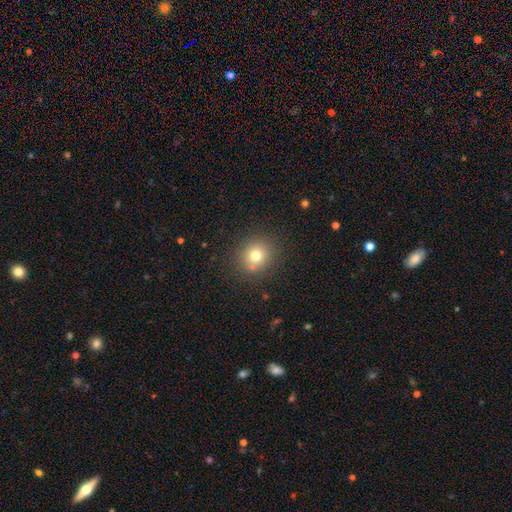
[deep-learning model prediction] A smooth galaxy with no disk features (74%) that is round (86%). Merging: none (85%).